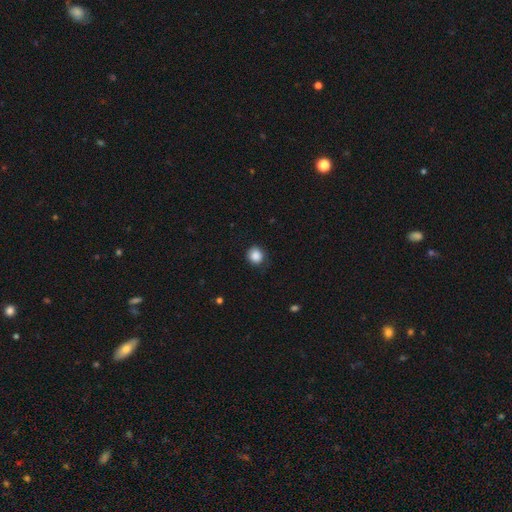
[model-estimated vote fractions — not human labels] Smooth or featured?
  - smooth: 87% *
  - star or artifact: 9%
  - featured or disk: 4%
How rounded?
  - round: 81% *
  - in between: 18%
  - cigar-shaped: 1%
Merging?
  - none: 79% *
  - minor disturbance: 15%
  - major disturbance: 4%
  - merger: 1%